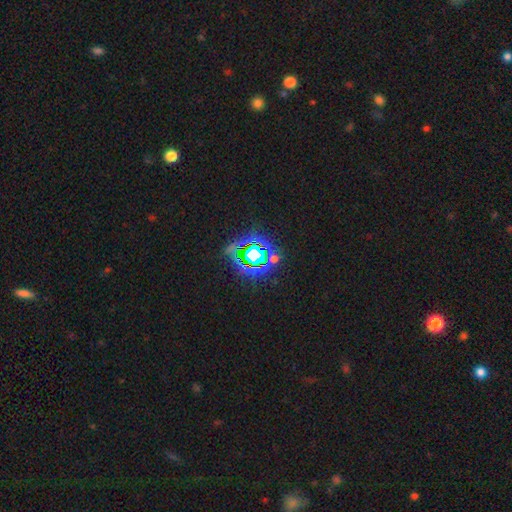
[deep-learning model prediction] star or artifact 77%, smooth 14%, featured or disk 10%.